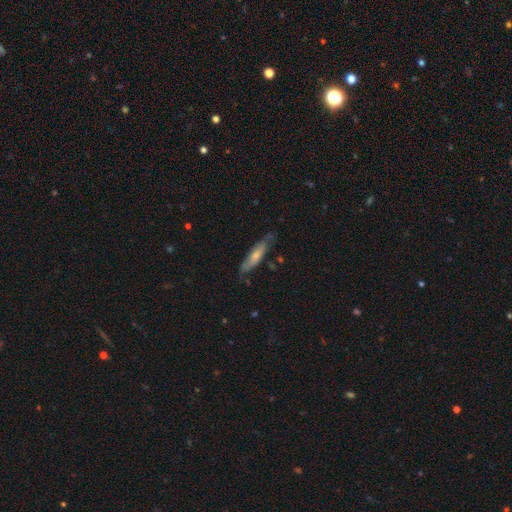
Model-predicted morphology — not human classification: smooth_or_featured: smooth (p=0.52) [alt: featured or disk p=0.43]
how_rounded: cigar-shaped (p=0.73) [alt: in between p=0.26]
merging: none (p=0.69) [alt: minor disturbance p=0.23]